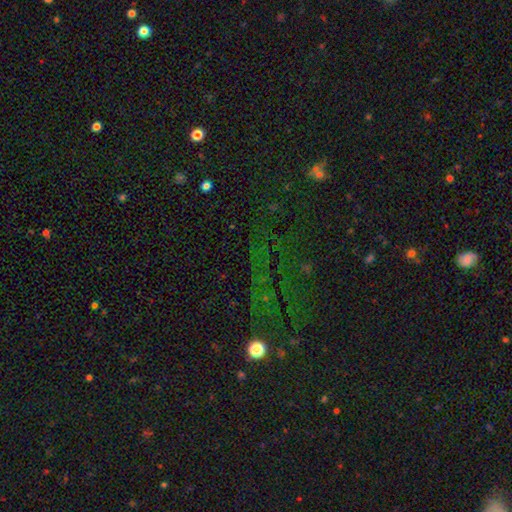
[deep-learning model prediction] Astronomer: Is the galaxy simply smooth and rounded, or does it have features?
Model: star or artifact — 71%.